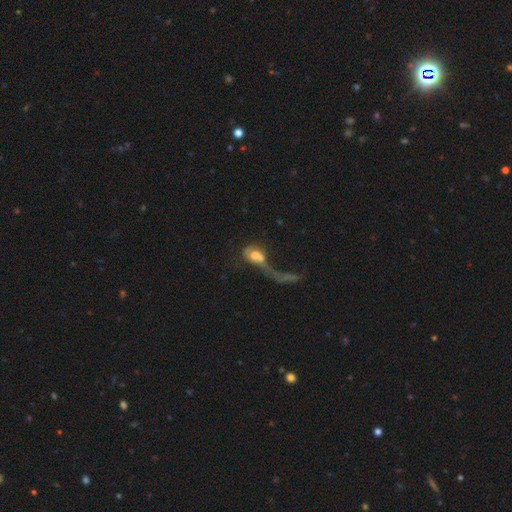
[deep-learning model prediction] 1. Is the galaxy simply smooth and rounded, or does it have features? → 53% smooth, 38% featured or disk, 9% star or artifact.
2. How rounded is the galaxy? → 69% in between, 24% round, 6% cigar-shaped.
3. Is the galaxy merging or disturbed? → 47% major disturbance, 35% merger, 11% none, 7% minor disturbance.